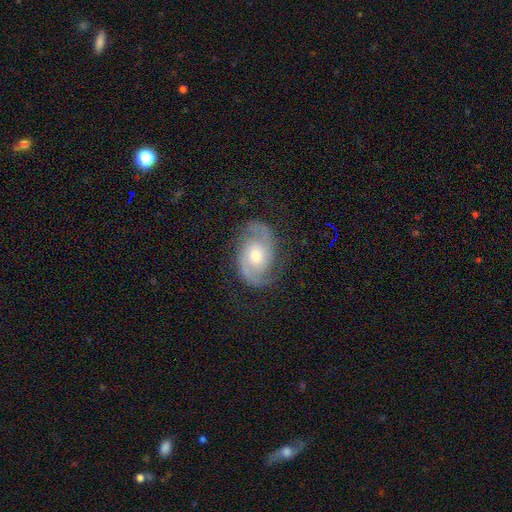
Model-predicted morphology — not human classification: smooth_or_featured: featured or disk (p=0.88) [alt: smooth p=0.07]
disk_edge_on: no (p=0.97) [alt: yes p=0.03]
bar: no (p=0.63) [alt: weak p=0.30]
has_spiral_arms: yes (p=0.97) [alt: no p=0.03]
spiral_winding: medium (p=0.52) [alt: tight p=0.32]
spiral_arm_count: 2 (p=0.92) [alt: can't tell p=0.03]
bulge_size: moderate (p=0.68) [alt: small p=0.22]
merging: none (p=0.80) [alt: minor disturbance p=0.14]